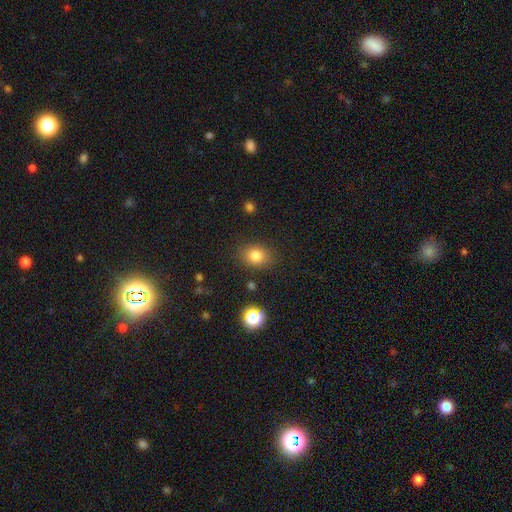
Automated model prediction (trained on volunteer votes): This is clearly a smooth galaxy (80%). How rounded: possibly in between (52%). Merging: clearly none (83%).